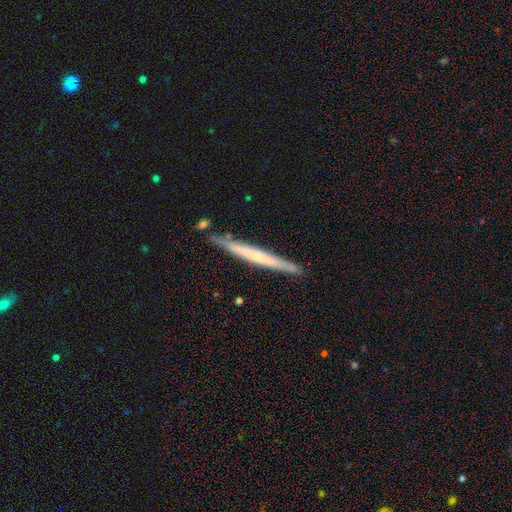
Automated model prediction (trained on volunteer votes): Smooth or featured: featured or disk — 52% (smooth — 43%)
Edge-on disk: yes — 96% (no — 4%)
Merging: none — 86% (minor disturbance — 10%)